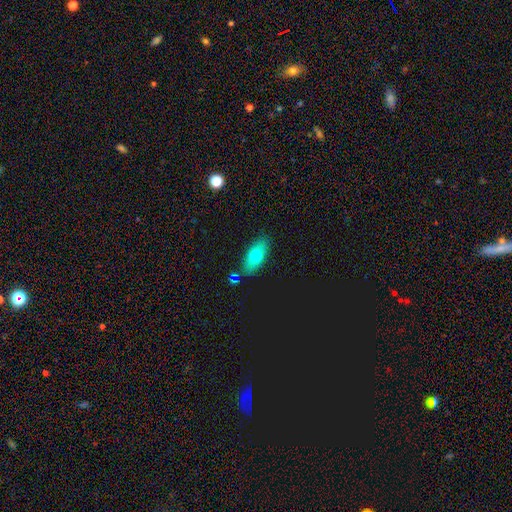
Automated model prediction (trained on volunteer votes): The model was most divided on "smooth or featured": smooth: 70%, featured or disk: 21%, star or artifact: 9%. More confident: how rounded — in between (81%); merging — none (81%).